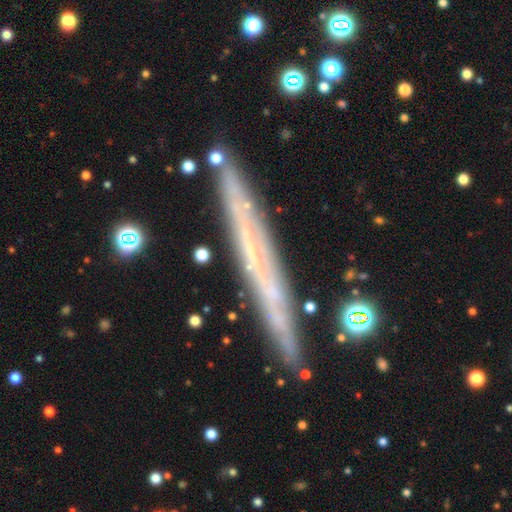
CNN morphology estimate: Q: Smooth or featured?
A: featured or disk (61%); runner-up: smooth (29%)
Q: Edge-on disk?
A: yes (90%); runner-up: no (10%)
Q: Edge-on bulge?
A: none (84%); runner-up: rounded (12%)
Q: Merging?
A: none (86%); runner-up: minor disturbance (10%)